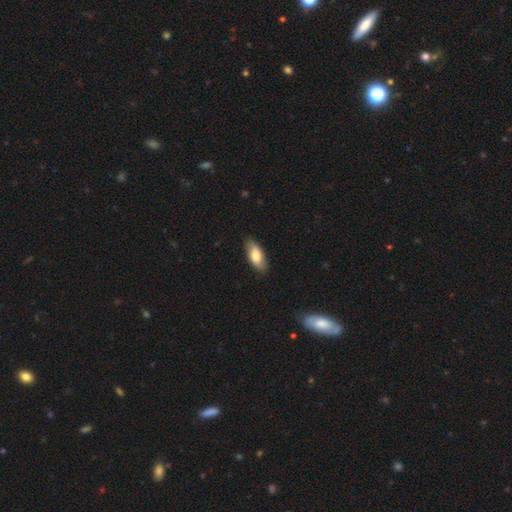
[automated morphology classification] Smooth or featured? Predicted: smooth (p=0.76). How rounded? Predicted: in between (p=0.85). Merging? Predicted: none (p=0.87).